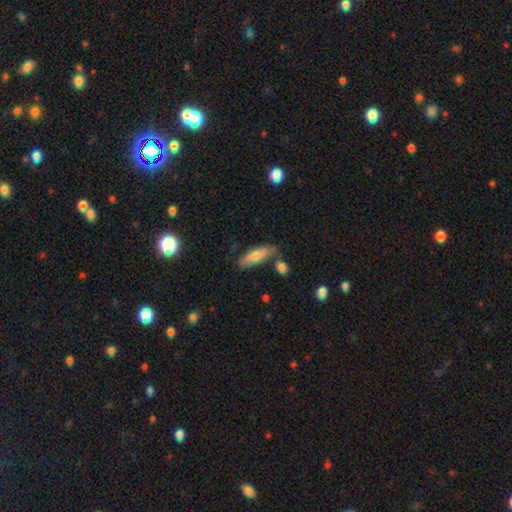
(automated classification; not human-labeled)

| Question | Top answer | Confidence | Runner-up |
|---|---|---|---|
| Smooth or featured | smooth | 64% | featured or disk (29%) |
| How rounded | in between | 50% | cigar-shaped (47%) |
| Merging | none | 69% | minor disturbance (18%) |